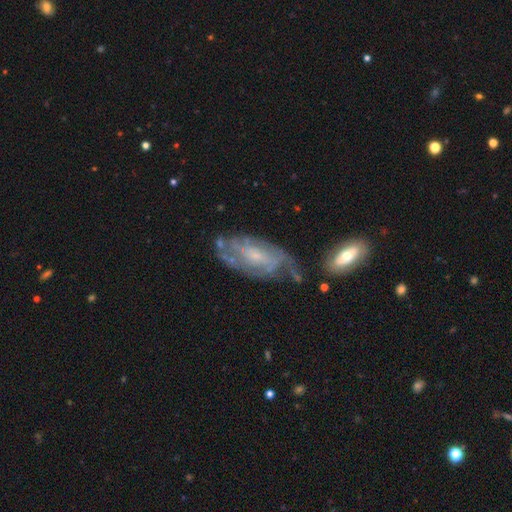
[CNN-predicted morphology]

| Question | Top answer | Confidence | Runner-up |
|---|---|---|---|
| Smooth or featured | featured or disk | 78% | smooth (15%) |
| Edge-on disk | no | 93% | yes (7%) |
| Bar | no | 56% | weak (36%) |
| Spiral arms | yes | 87% | no (13%) |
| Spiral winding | tight | 52% | medium (36%) |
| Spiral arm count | can't tell | 46% | 2 (26%) |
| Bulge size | small | 66% | moderate (24%) |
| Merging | none | 58% | minor disturbance (23%) |